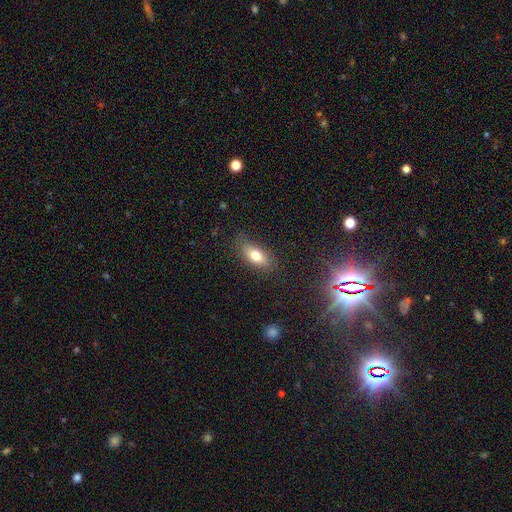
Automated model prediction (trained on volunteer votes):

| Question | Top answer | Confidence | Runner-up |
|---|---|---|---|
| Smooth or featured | smooth | 74% | featured or disk (17%) |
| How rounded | in between | 81% | cigar-shaped (13%) |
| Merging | none | 80% | minor disturbance (15%) |